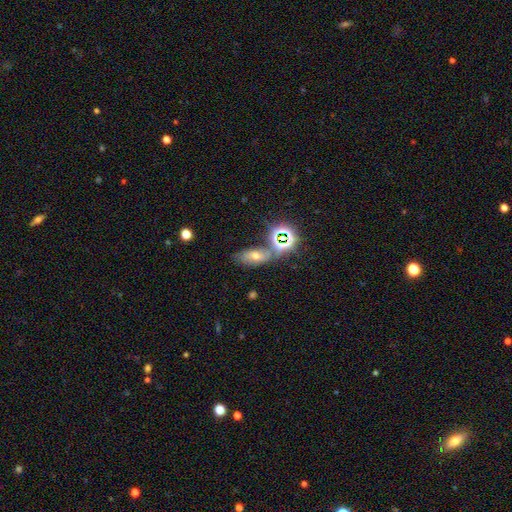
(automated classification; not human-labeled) Smooth or featured?
  - star or artifact: 40% *
  - smooth: 34%
  - featured or disk: 26%